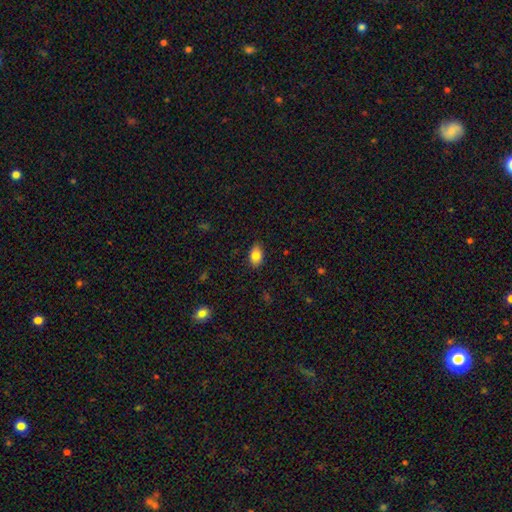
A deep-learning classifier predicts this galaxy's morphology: A smooth galaxy with no disk features (83%) that is in between round and cigar-shaped (88%).

Vote fractions:
- Smooth or featured? smooth: 83% / featured or disk: 9% / star or artifact: 8%
- How rounded? in between: 88% / round: 10% / cigar-shaped: 2%
- Merging? none: 86% / minor disturbance: 11% / major disturbance: 2% / merger: 1%